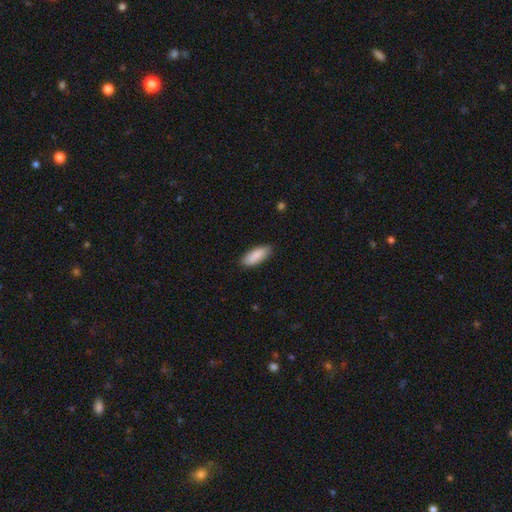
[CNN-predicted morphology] Smooth or featured: smooth — 89% (star or artifact — 5%)
How rounded: in between — 73% (cigar-shaped — 25%)
Merging: none — 88% (minor disturbance — 9%)